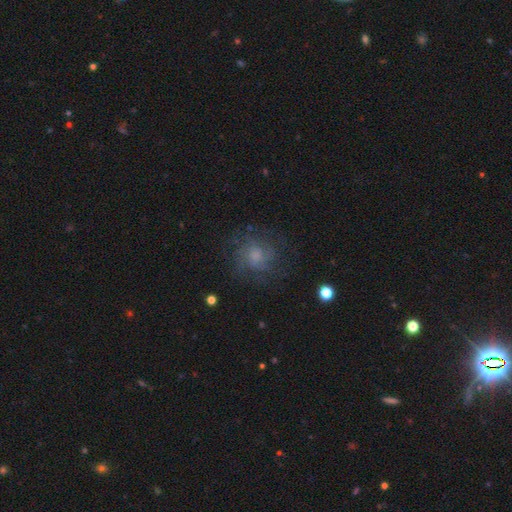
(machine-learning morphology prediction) smooth-or-featured: featured or disk: 43% | smooth: 42% | star or artifact: 15%
  merging: none: 68% | minor disturbance: 16% | major disturbance: 14% | merger: 1%